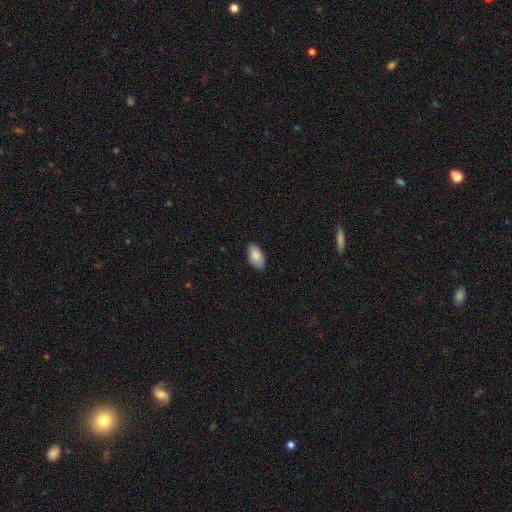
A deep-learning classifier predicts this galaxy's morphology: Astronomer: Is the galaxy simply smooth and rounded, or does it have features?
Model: smooth — 86%.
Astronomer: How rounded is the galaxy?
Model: in between — 95%.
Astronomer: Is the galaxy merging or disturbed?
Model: none — 85%.